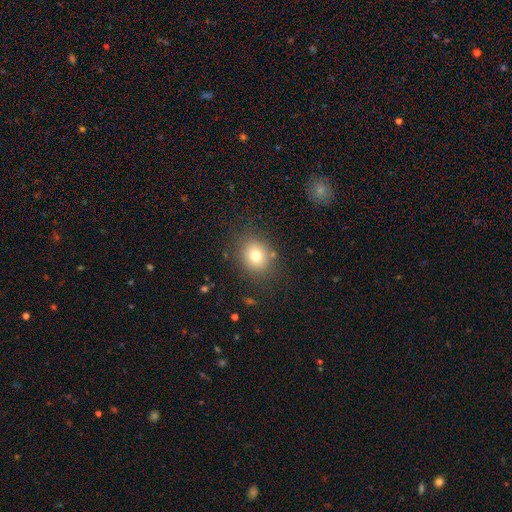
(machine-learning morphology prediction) smooth 76%, star or artifact 13%, featured or disk 11%. Down the decision tree: how rounded — round (66%); merging — none (83%).